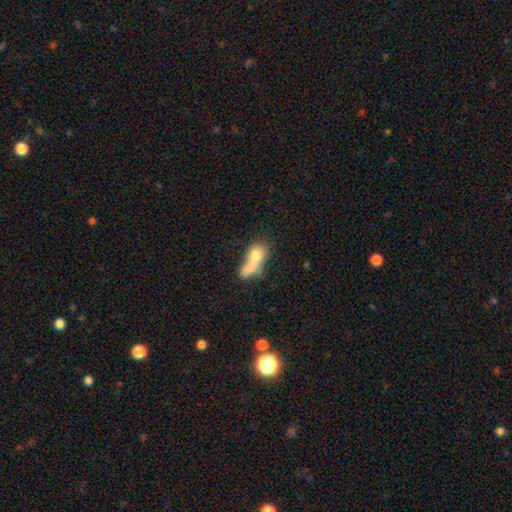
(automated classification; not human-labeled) smooth_or_featured: smooth (p=0.70) [alt: featured or disk p=0.21]
how_rounded: in between (p=0.57) [alt: round p=0.27]
merging: merger (p=0.59) [alt: none p=0.18]